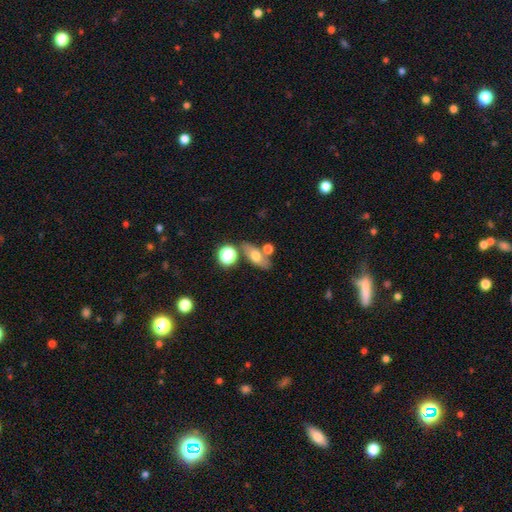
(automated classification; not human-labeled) A smooth galaxy with no disk features (58%) that is in between round and cigar-shaped (71%). Merging: none (65%).